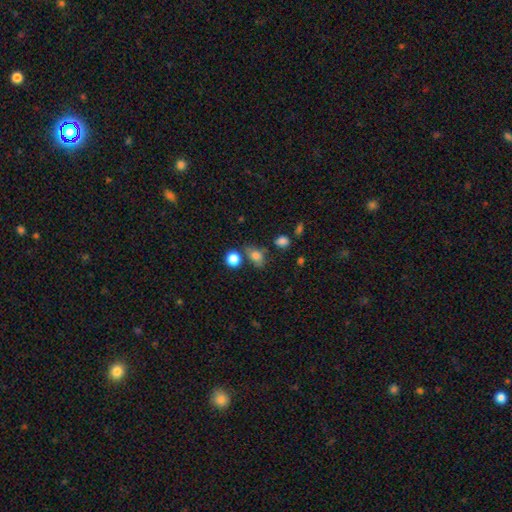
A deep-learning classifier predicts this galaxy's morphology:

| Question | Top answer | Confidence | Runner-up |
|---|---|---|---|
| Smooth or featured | smooth | 77% | star or artifact (14%) |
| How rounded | in between | 60% | round (38%) |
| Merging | none | 63% | minor disturbance (19%) |